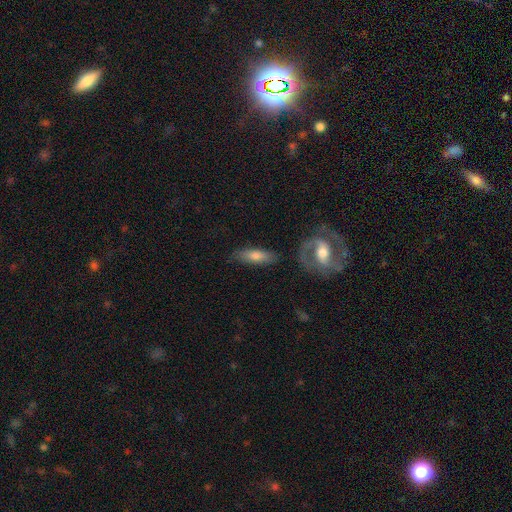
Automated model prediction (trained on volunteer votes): smooth-or-featured: smooth: 61% | featured or disk: 33% | star or artifact: 6%
  how-rounded: cigar-shaped: 50% | in between: 47% | round: 3%
  merging: none: 80% | minor disturbance: 13% | major disturbance: 4% | merger: 4%